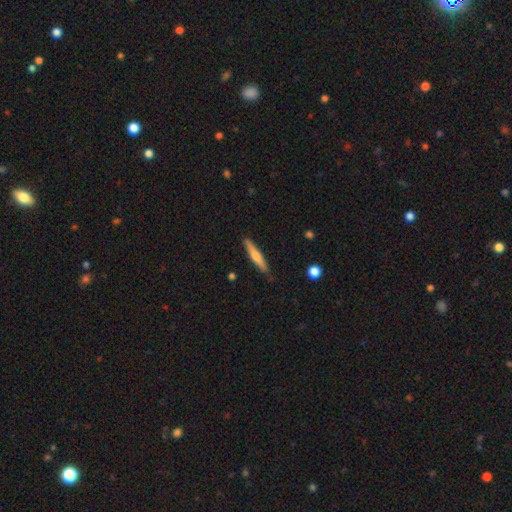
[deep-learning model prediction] Smooth or featured?
  - smooth: 47% * (tied)
  - featured or disk: 47% * (tied)
  - star or artifact: 6%
Merging?
  - none: 88% *
  - minor disturbance: 9%
  - major disturbance: 2%
  - merger: 1%